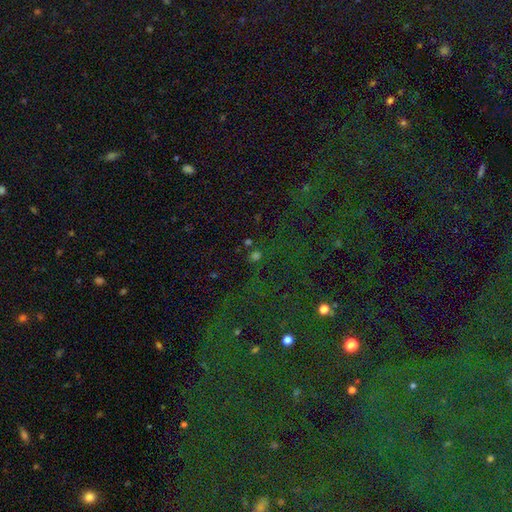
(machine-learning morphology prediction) A star or artifact, not a galaxy (56%).

Vote fractions:
- Smooth or featured? star or artifact: 56% / smooth: 35% / featured or disk: 9%